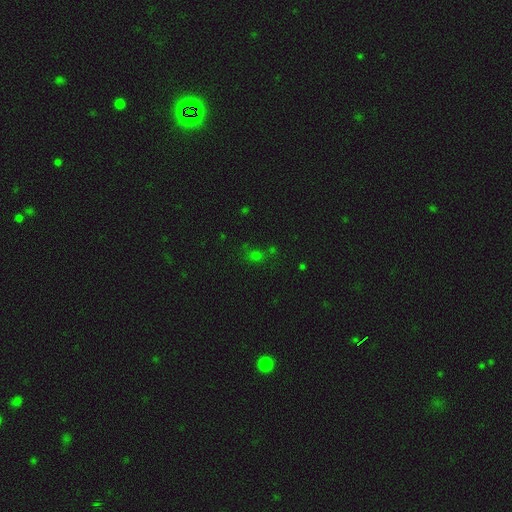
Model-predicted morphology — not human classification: A smooth galaxy with no disk features (56%) that is round (58%).

Vote fractions:
- Smooth or featured? smooth: 56% / star or artifact: 37% / featured or disk: 8%
- How rounded? round: 58% / in between: 40% / cigar-shaped: 2%
- Merging? none: 63% / minor disturbance: 17% / merger: 13% / major disturbance: 8%